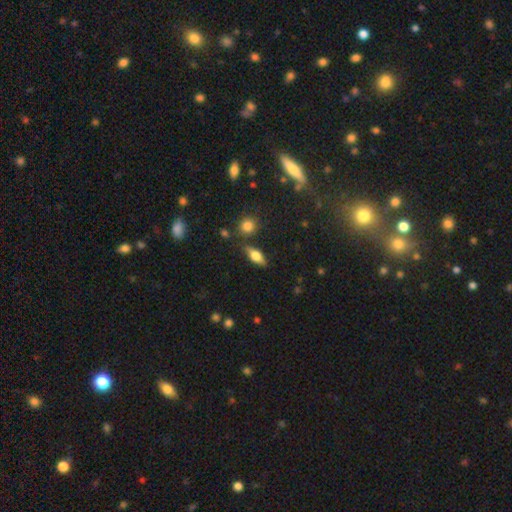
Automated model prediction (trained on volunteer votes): smooth-or-featured: smooth: 53% | featured or disk: 39% | star or artifact: 9%
  how-rounded: in between: 69% | cigar-shaped: 25% | round: 6%
  merging: none: 80% | minor disturbance: 12% | merger: 5% | major disturbance: 3%